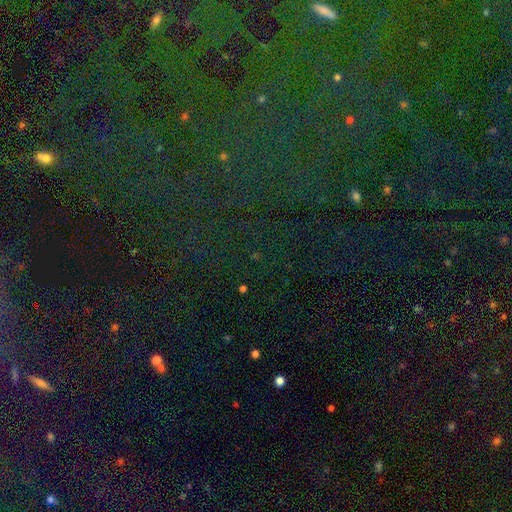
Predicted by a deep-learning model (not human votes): smooth-or-featured: star or artifact: 83% | smooth: 10% | featured or disk: 7%